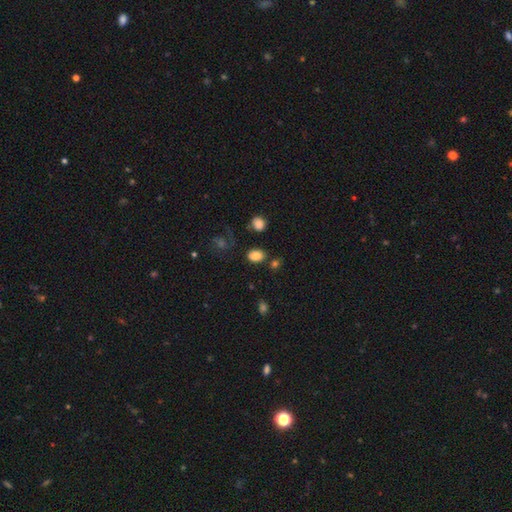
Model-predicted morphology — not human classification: Smooth or featured: smooth — 83% (star or artifact — 11%)
How rounded: in between — 72% (round — 27%)
Merging: none — 79% (minor disturbance — 11%)